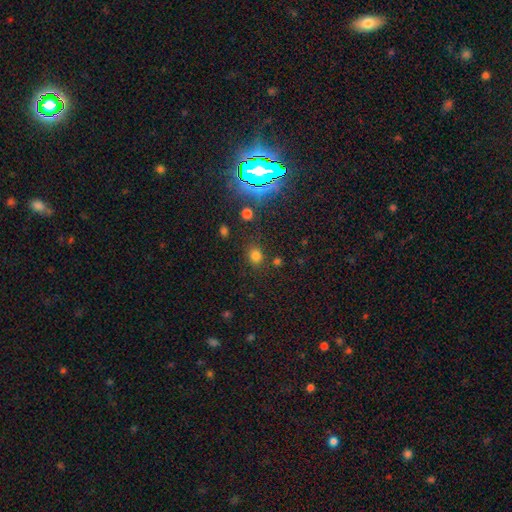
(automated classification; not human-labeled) This appears to be a smooth galaxy with no disk features (72%) that is round (67%). Merging: none (80%).